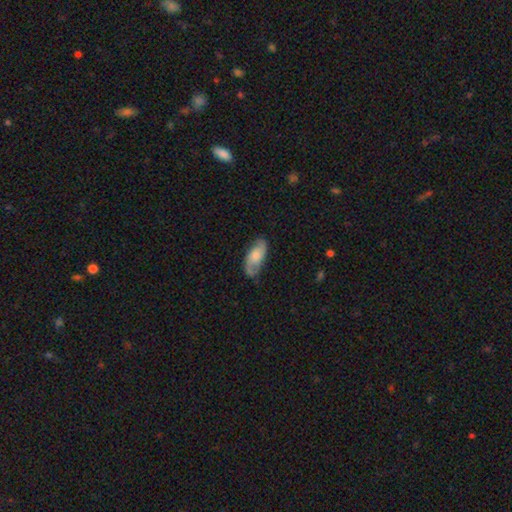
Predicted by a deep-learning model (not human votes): Q: Smooth or featured?
A: featured or disk (53%); runner-up: smooth (41%)
Q: Edge-on disk?
A: no (91%); runner-up: yes (9%)
Q: Merging?
A: none (70%); runner-up: minor disturbance (22%)